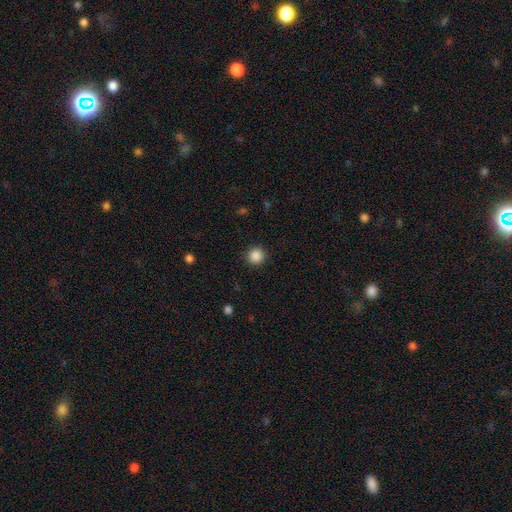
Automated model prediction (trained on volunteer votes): Morphology: type=smooth (87%); roundness=round (94%); merging=none (91%).